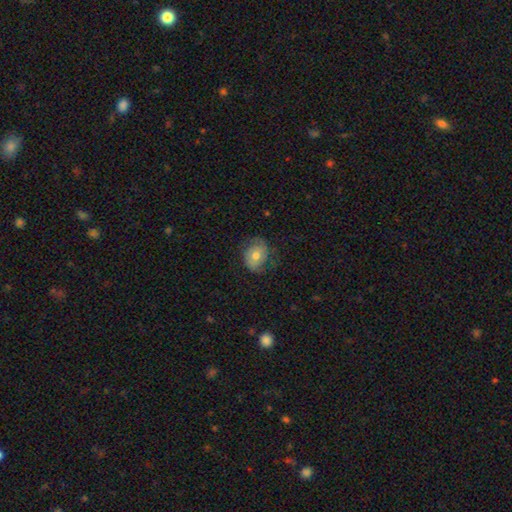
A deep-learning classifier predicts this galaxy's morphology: Smooth or featured?
  - smooth: 47% *
  - featured or disk: 45%
  - star or artifact: 8%
Merging?
  - none: 60% *
  - minor disturbance: 23%
  - major disturbance: 15%
  - merger: 1%